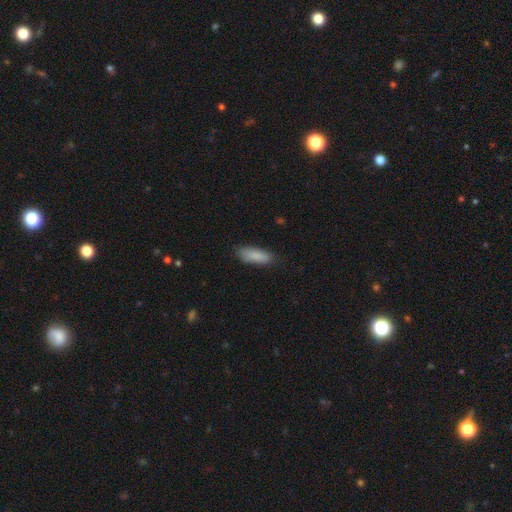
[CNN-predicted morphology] Smooth or featured? smooth (88%)
How rounded? in between (66%)
Merging? none (81%)